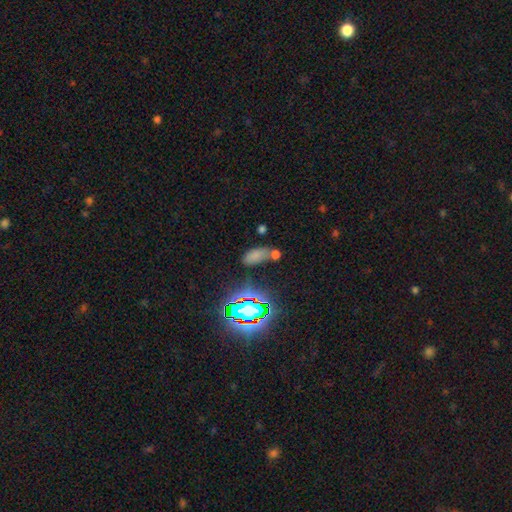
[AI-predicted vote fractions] smooth-or-featured: smooth: 64% | star or artifact: 26% | featured or disk: 10%
  how-rounded: in between: 84% | cigar-shaped: 9% | round: 6%
  merging: none: 46% | merger: 30% | minor disturbance: 16% | major disturbance: 8%